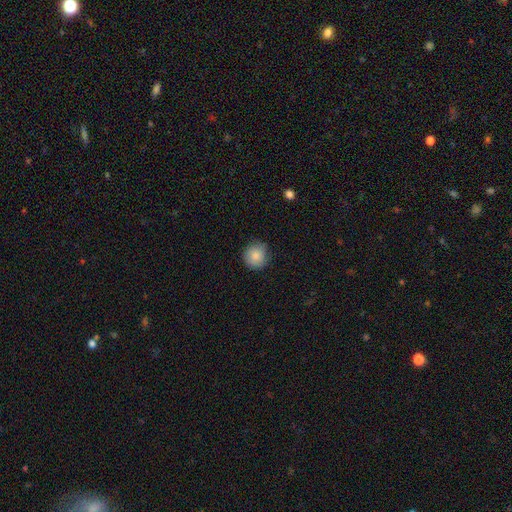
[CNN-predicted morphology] A smooth galaxy with no disk features (83%) that is round (91%). Merging: none (81%).